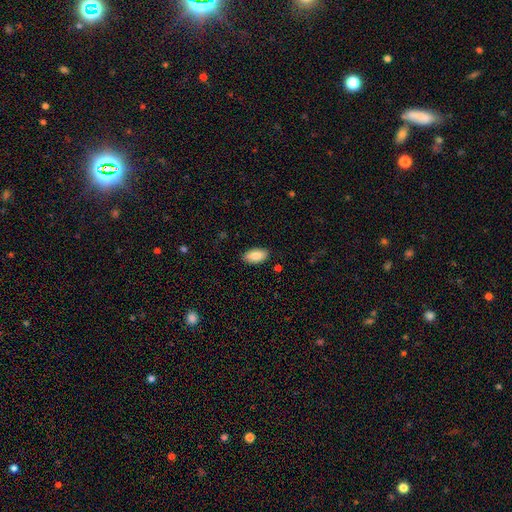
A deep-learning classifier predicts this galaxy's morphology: Smooth or featured?
  - smooth: 86% *
  - featured or disk: 7%
  - star or artifact: 6%
How rounded?
  - in between: 94% *
  - cigar-shaped: 4%
  - round: 2%
Merging?
  - none: 88% *
  - minor disturbance: 9%
  - major disturbance: 2%
  - merger: 1%